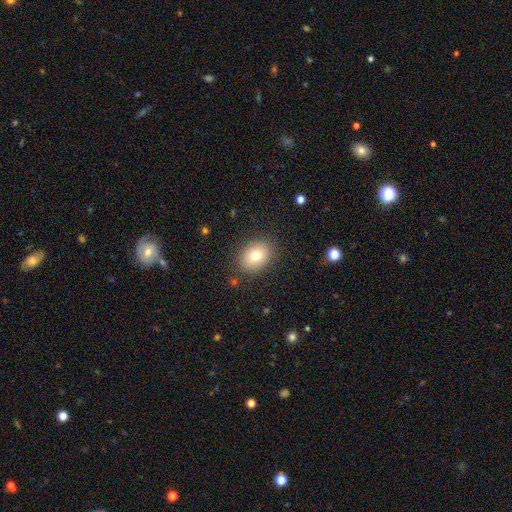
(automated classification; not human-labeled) smooth 76%, featured or disk 14%, star or artifact 10%. Down the decision tree: how rounded — in between (62%); merging — none (86%).